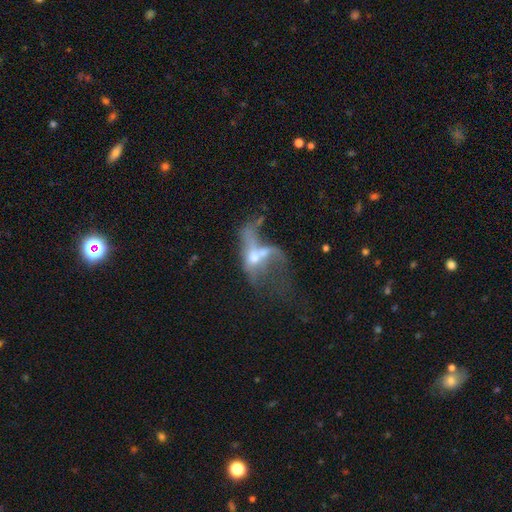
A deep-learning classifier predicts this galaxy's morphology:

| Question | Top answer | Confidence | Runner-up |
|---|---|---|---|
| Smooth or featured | featured or disk | 57% | smooth (31%) |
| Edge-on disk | no | 90% | yes (10%) |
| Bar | no | 78% | weak (16%) |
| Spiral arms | no | 78% | yes (22%) |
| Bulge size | moderate | 53% | small (25%) |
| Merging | merger | 52% | major disturbance (30%) |